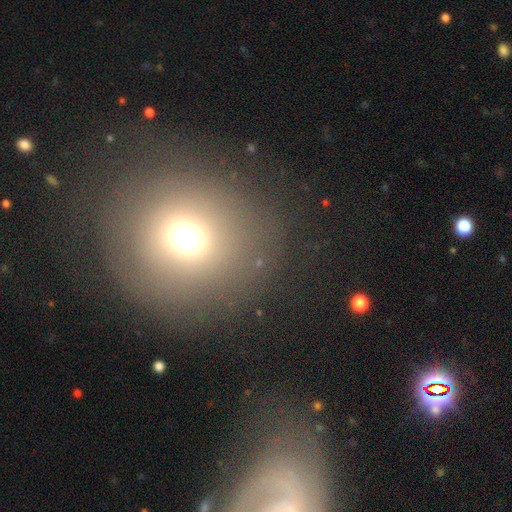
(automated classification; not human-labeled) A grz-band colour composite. It shows a smooth galaxy with no disk features (58%) that is round (82%). Merging: none (77%).